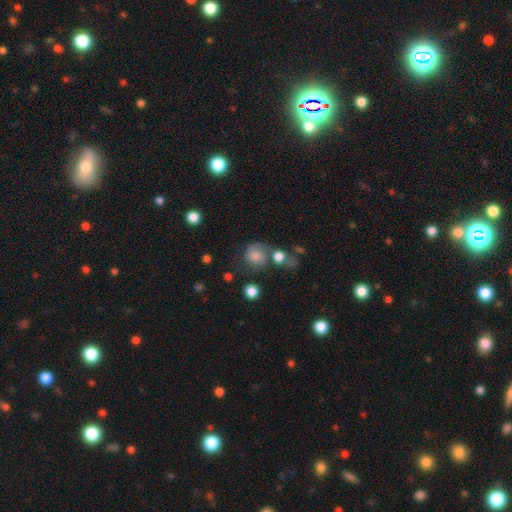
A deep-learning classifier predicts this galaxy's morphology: Smooth or featured: smooth — 59% (featured or disk — 30%)
How rounded: round — 77% (in between — 22%)
Merging: none — 43% (merger — 21%)